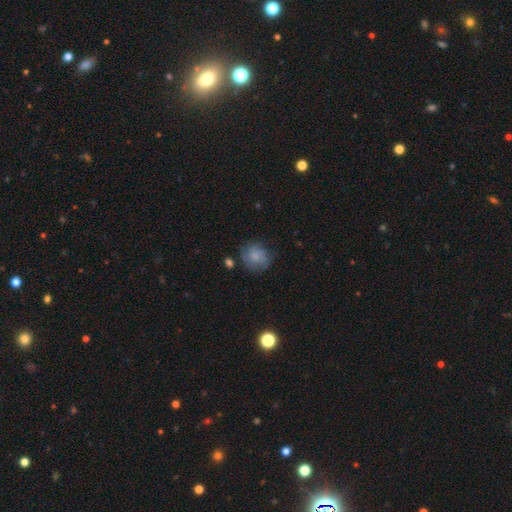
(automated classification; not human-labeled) Morphology: type=smooth (59%); roundness=round (81%); merging=none (64%).